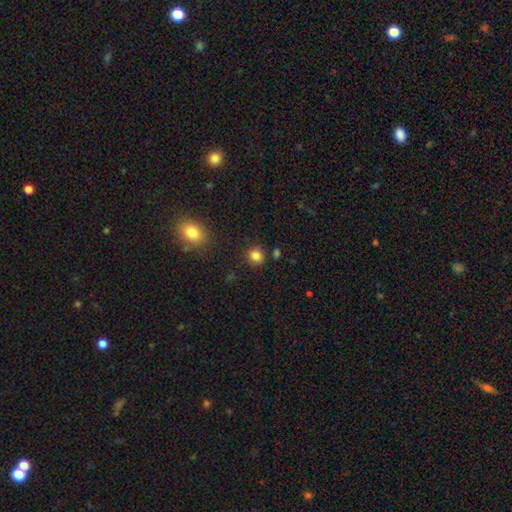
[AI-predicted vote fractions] A smooth galaxy with no disk features (84%) that is round (88%).

Vote fractions:
- Smooth or featured? smooth: 84% / star or artifact: 12% / featured or disk: 4%
- How rounded? round: 88% / in between: 11% / cigar-shaped: 1%
- Merging? none: 85% / minor disturbance: 9% / merger: 3% / major disturbance: 3%